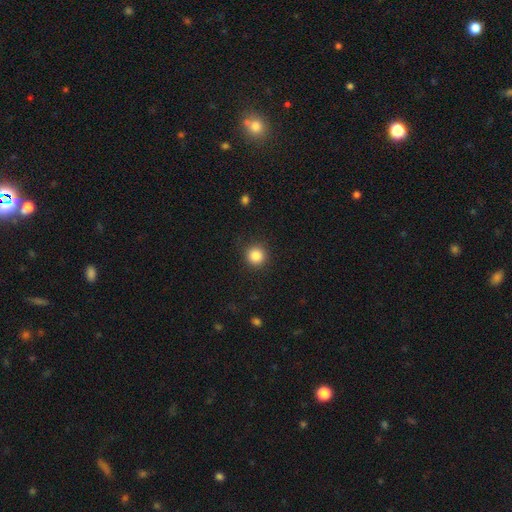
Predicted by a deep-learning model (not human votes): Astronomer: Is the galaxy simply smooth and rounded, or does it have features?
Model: smooth — 86%.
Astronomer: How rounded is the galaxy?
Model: round — 94%.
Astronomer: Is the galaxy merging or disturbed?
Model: none — 89%.